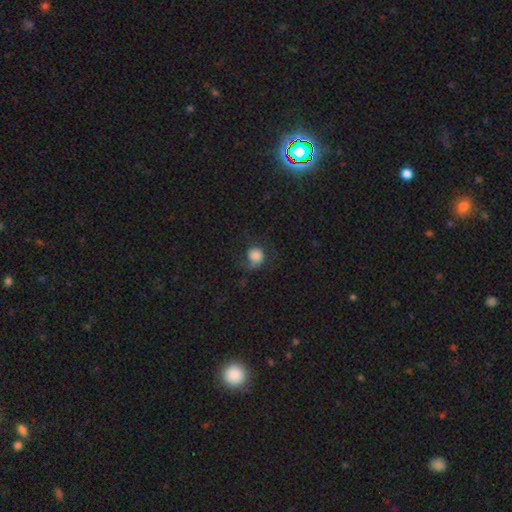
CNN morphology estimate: Smooth or featured? Predicted: smooth (p=0.69). How rounded? Predicted: round (p=0.80). Merging? Predicted: none (p=0.55).